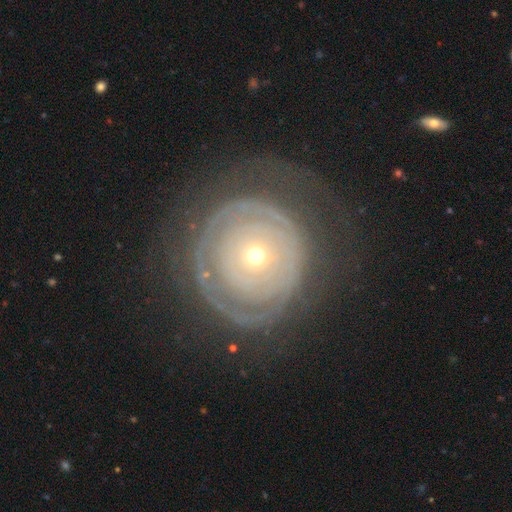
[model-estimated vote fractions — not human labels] smooth_or_featured: featured or disk (p=0.75) [alt: smooth p=0.19]
disk_edge_on: no (p=0.96) [alt: yes p=0.04]
bar: no (p=0.88) [alt: weak p=0.08]
has_spiral_arms: yes (p=0.65) [alt: no p=0.35]
bulge_size: small (p=0.70) [alt: moderate p=0.25]
merging: none (p=0.66) [alt: minor disturbance p=0.16]